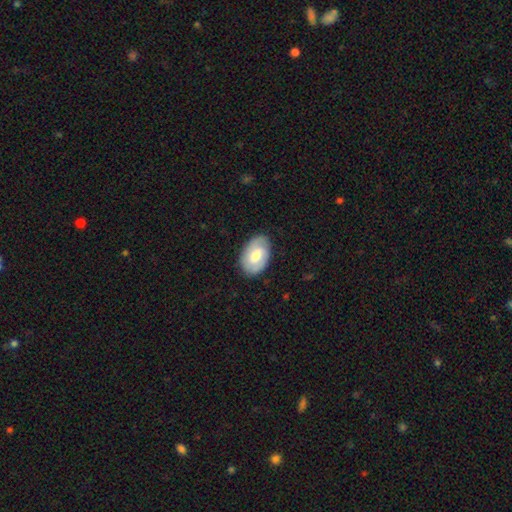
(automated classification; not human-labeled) Smooth or featured: smooth — 51% (featured or disk — 43%)
How rounded: in between — 89% (round — 10%)
Merging: none — 80% (minor disturbance — 16%)